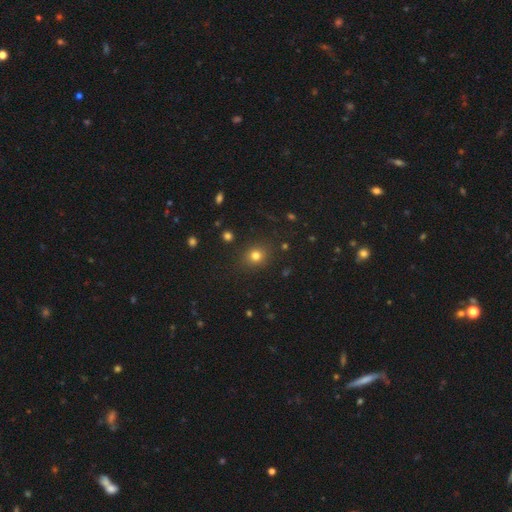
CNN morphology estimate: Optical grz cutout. It shows a smooth galaxy with no disk features (78%) that is round (78%). Merging: none (87%).